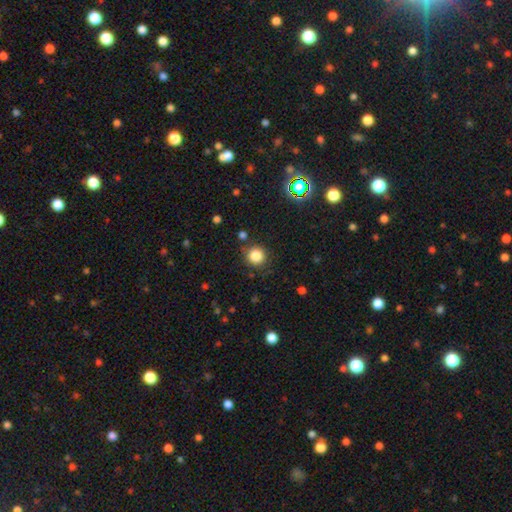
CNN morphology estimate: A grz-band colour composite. It shows a smooth galaxy with no disk features (82%) that is round (92%). Merging: none (84%).